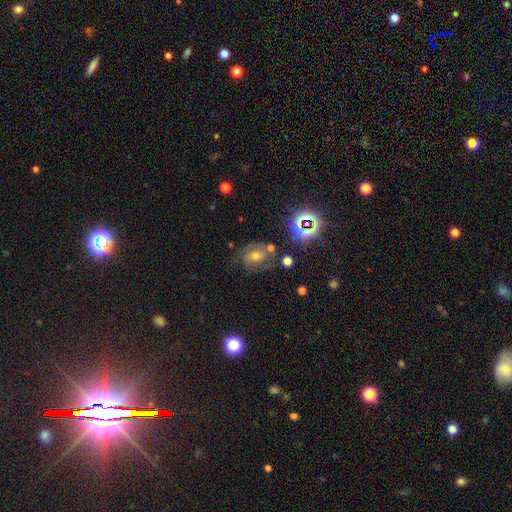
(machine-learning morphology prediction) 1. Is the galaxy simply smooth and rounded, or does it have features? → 52% featured or disk, 27% star or artifact, 21% smooth.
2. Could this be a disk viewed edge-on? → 96% no, 4% yes.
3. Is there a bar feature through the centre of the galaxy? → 57% no, 32% weak, 11% strong.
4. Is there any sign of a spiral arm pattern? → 83% yes, 17% no.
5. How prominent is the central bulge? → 61% moderate, 27% small, 7% large, 3% none, 2% dominant.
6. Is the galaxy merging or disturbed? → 65% none, 19% minor disturbance, 11% major disturbance, 5% merger.